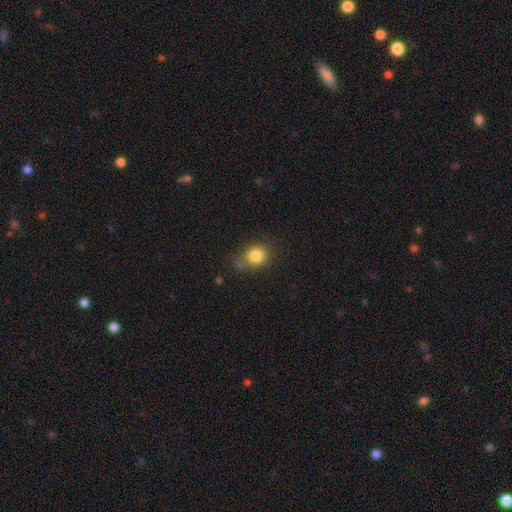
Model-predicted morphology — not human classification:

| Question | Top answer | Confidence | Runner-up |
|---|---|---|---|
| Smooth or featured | smooth | 82% | star or artifact (10%) |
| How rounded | round | 72% | in between (27%) |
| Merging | none | 61% | minor disturbance (23%) |